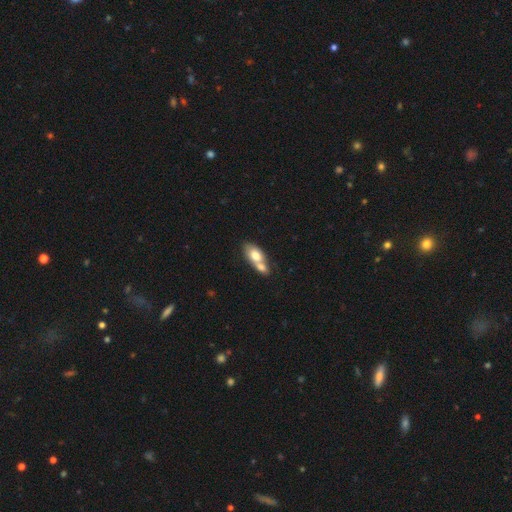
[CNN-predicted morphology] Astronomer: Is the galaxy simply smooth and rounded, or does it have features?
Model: smooth — 69%.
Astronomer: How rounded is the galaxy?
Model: in between — 83%.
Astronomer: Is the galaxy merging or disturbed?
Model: merger — 68%.